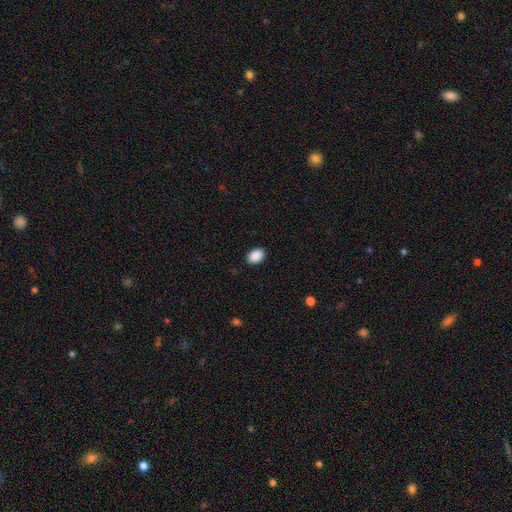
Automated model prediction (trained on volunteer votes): Smooth or featured: smooth — 90% (star or artifact — 7%)
How rounded: in between — 81% (round — 18%)
Merging: none — 89% (minor disturbance — 8%)